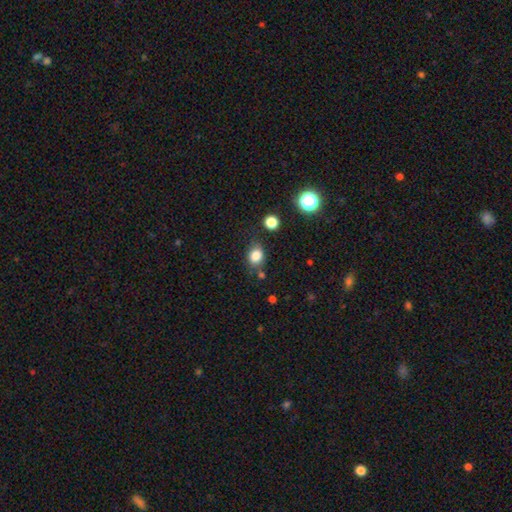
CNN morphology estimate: type=smooth (82%); roundness=in between (50%); merging=none (70%).